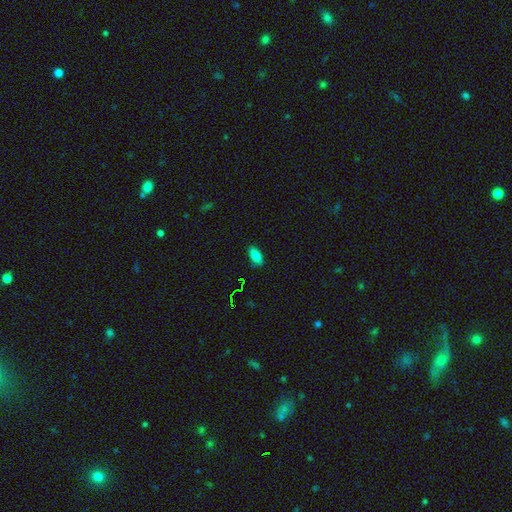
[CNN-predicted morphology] Smooth or featured?
  - smooth: 81% *
  - star or artifact: 10%
  - featured or disk: 9%
How rounded?
  - in between: 89% *
  - cigar-shaped: 8%
  - round: 3%
Merging?
  - none: 86% *
  - minor disturbance: 10%
  - major disturbance: 2%
  - merger: 1%